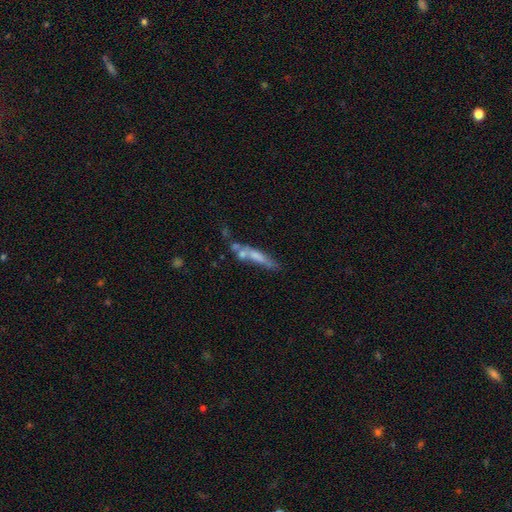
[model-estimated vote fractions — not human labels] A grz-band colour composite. It shows a smooth galaxy with no disk features (47%). Merging: none (47%).